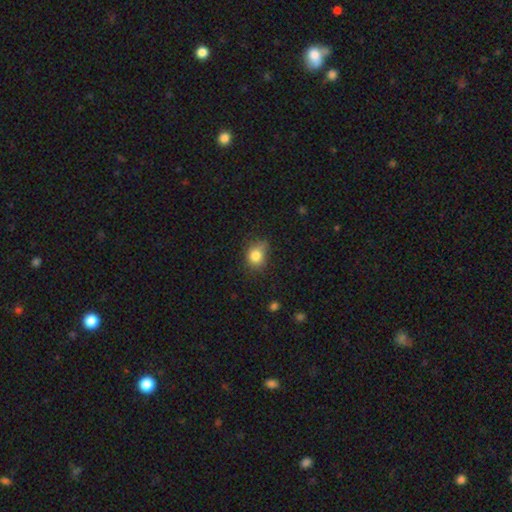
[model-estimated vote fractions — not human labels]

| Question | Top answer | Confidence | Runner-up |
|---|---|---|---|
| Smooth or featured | smooth | 81% | star or artifact (11%) |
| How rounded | round | 61% | in between (38%) |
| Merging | none | 59% | minor disturbance (30%) |